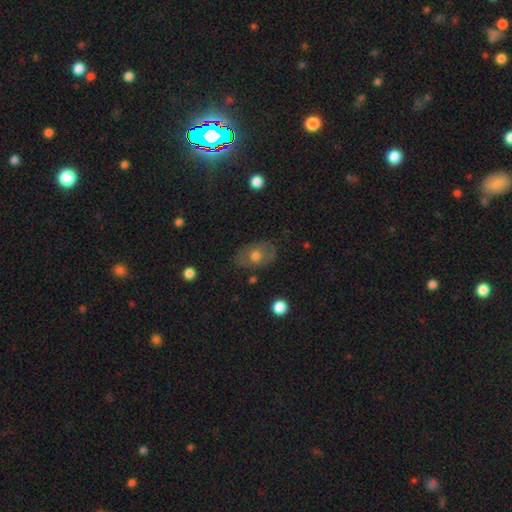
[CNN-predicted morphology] A smooth galaxy with no disk features (60%) that is in between round and cigar-shaped (78%).

Vote fractions:
- Smooth or featured? smooth: 60% / featured or disk: 32% / star or artifact: 9%
- How rounded? in between: 78% / round: 20% / cigar-shaped: 1%
- Merging? none: 79% / minor disturbance: 15% / major disturbance: 4% / merger: 2%